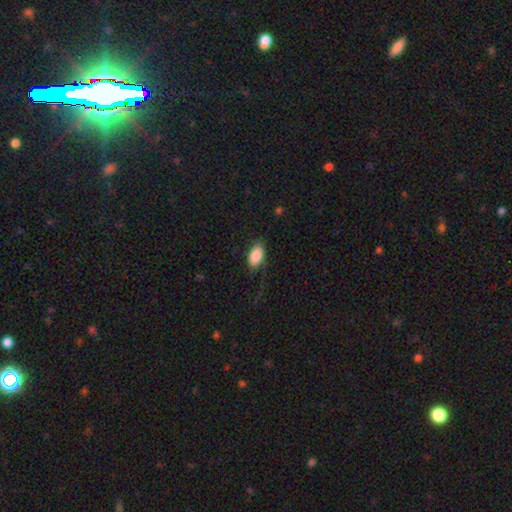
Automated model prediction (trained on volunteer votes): Morphology: type=smooth (86%); roundness=in between (93%); merging=none (66%).